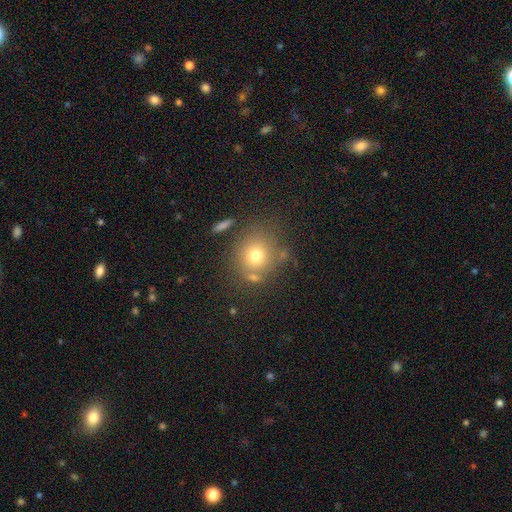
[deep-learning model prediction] Smooth or featured: smooth — 71% (featured or disk — 15%)
How rounded: round — 83% (in between — 16%)
Merging: none — 70% (minor disturbance — 13%)